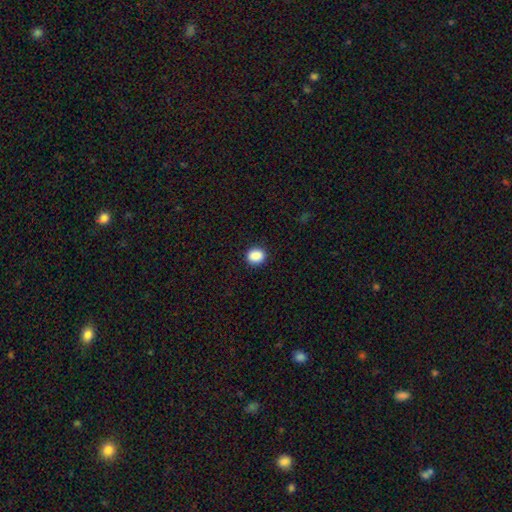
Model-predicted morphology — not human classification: type=smooth (89%); roundness=round (69%); merging=none (91%).